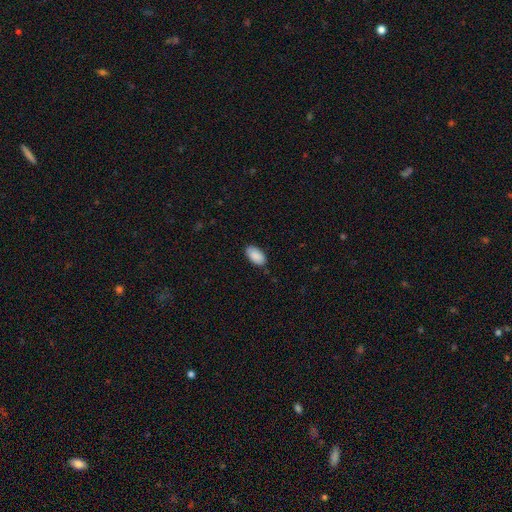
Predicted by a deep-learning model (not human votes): Smooth or featured? smooth (90%)
How rounded? in between (96%)
Merging? none (85%)